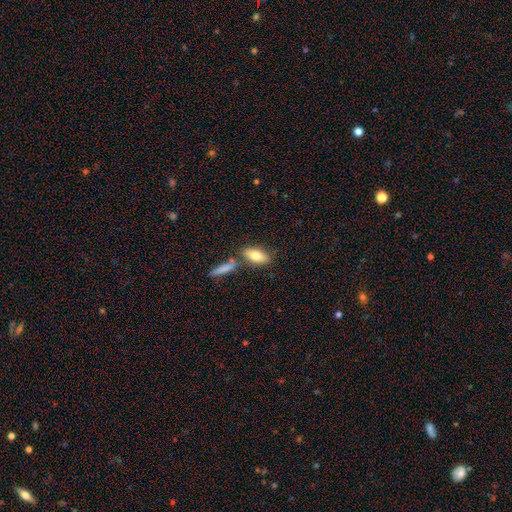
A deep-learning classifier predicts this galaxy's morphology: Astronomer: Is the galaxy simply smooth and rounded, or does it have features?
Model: smooth — 76%.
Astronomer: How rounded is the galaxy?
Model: in between — 83%.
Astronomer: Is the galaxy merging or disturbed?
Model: none — 65%.